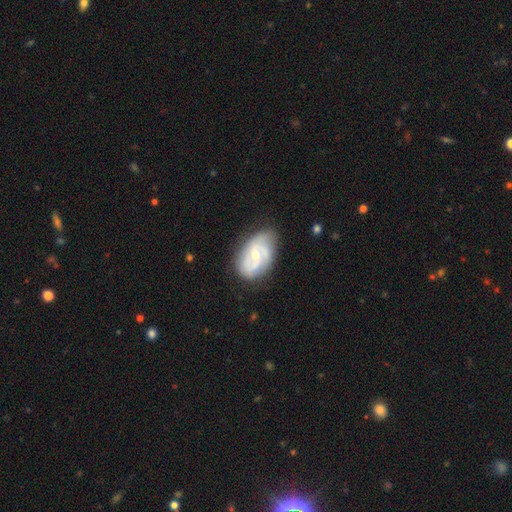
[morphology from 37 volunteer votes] Smooth or featured? featured or disk (76%)
Edge-on disk? no (89%)
Bar? no (52%)
Spiral arms? yes (76%)
Spiral winding? tight (47%, tied with medium)
Spiral arm count? 2 (74%)
Bulge size? moderate (60%)
Merging? none (49%)